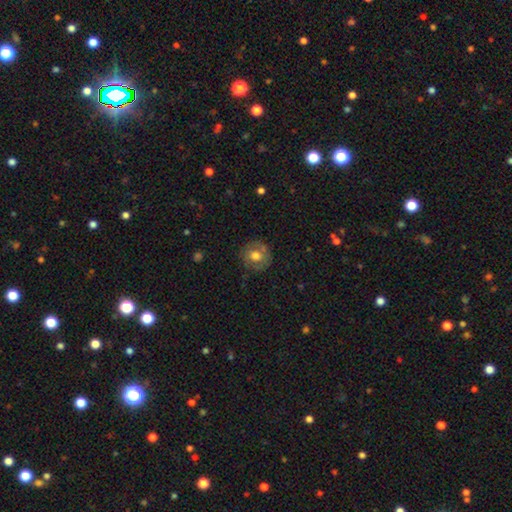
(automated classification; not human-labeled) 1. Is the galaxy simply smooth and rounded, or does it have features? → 60% smooth, 32% featured or disk, 8% star or artifact.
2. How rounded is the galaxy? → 89% round, 10% in between, 1% cigar-shaped.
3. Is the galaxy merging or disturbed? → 78% none, 15% minor disturbance, 5% major disturbance, 2% merger.